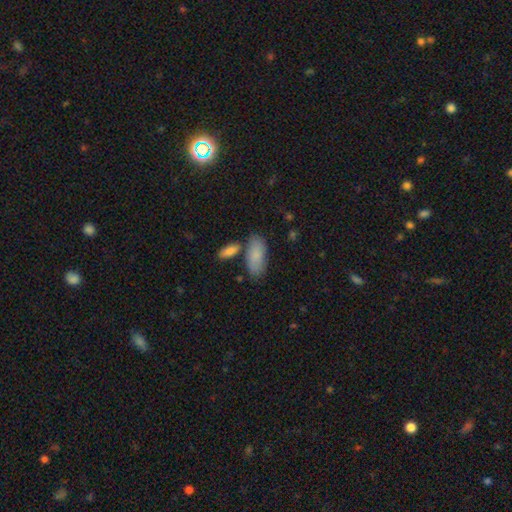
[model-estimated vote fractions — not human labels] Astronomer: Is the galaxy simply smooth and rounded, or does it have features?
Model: smooth — 84%.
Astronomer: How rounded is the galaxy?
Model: in between — 88%.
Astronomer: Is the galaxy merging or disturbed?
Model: none — 66%.